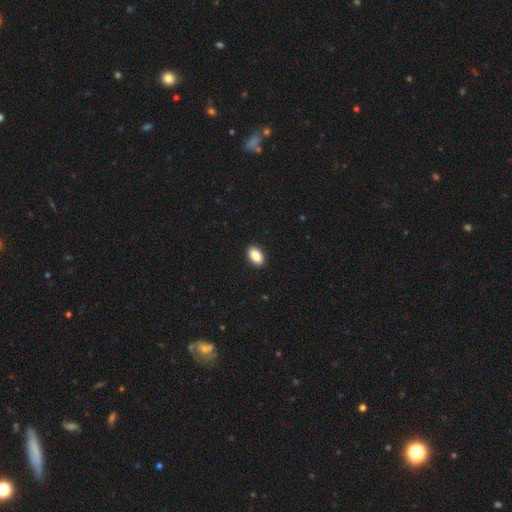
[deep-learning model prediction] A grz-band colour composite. It shows a smooth galaxy with no disk features (88%) that is in between round and cigar-shaped (91%). Merging: none (92%).